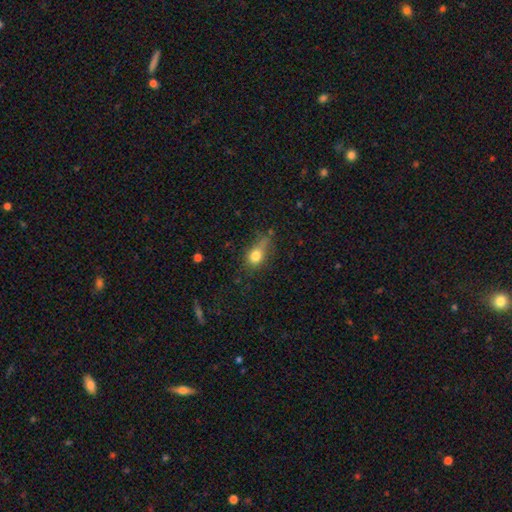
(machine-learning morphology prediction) Smooth or featured?
  - smooth: 76% *
  - featured or disk: 12%
  - star or artifact: 11%
How rounded?
  - in between: 59% *
  - round: 36%
  - cigar-shaped: 5%
Merging?
  - none: 42% *
  - minor disturbance: 32%
  - major disturbance: 19%
  - merger: 6%